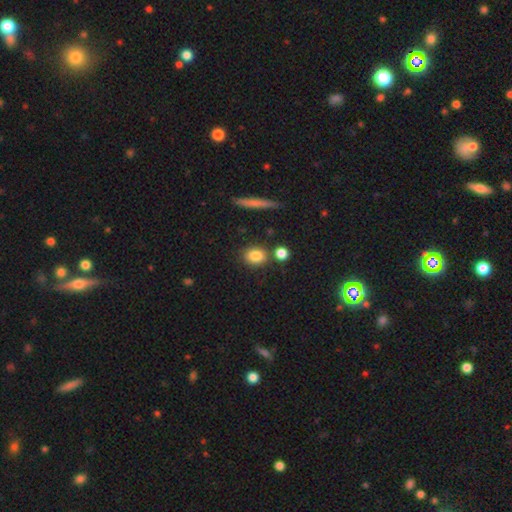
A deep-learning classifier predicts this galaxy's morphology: Smooth or featured? Predicted: smooth (p=0.83). How rounded? Predicted: round (p=0.49). Merging? Predicted: none (p=0.75).